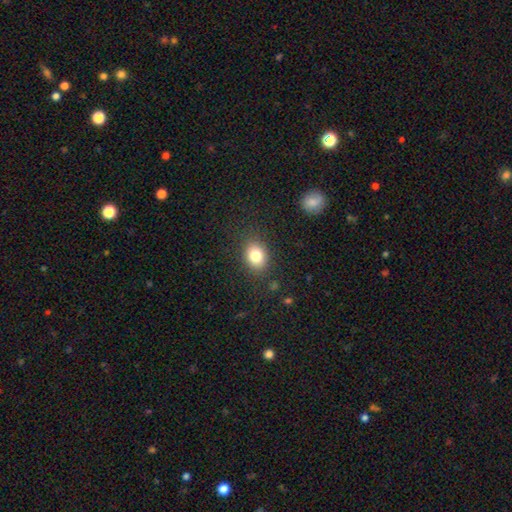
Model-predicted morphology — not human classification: smooth 81%, star or artifact 10%, featured or disk 9%. Down the decision tree: how rounded — in between (59%); merging — none (84%).